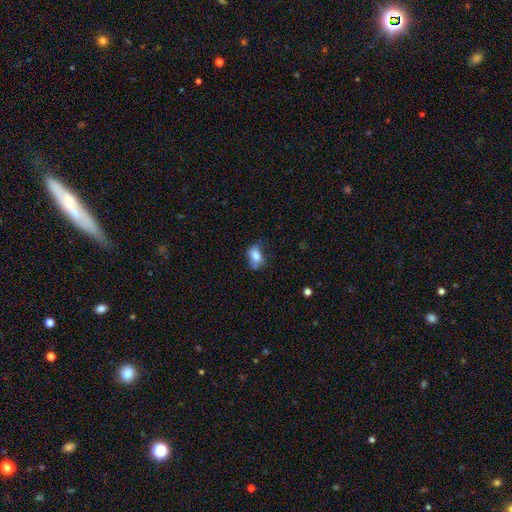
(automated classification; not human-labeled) smooth-or-featured: smooth: 78% | featured or disk: 13% | star or artifact: 9%
  how-rounded: in between: 78% | round: 19% | cigar-shaped: 3%
  merging: none: 55% | minor disturbance: 30% | major disturbance: 11% | merger: 4%